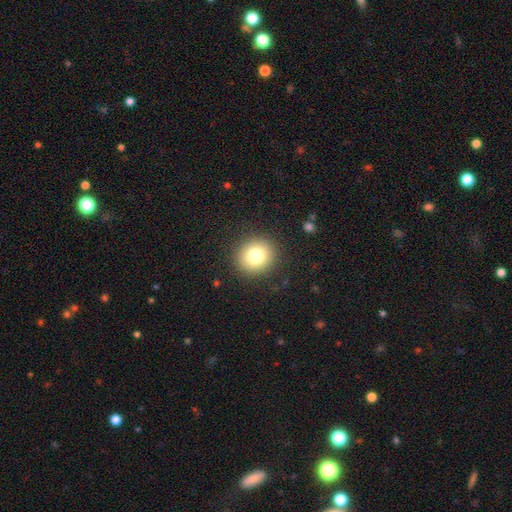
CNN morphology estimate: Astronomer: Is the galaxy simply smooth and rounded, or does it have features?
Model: smooth — 77%.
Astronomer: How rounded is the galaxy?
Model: round — 88%.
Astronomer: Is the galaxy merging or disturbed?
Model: none — 90%.